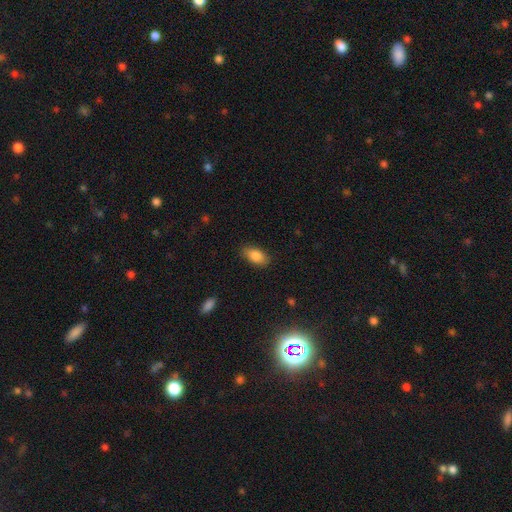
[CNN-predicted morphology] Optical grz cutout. It shows a smooth galaxy with no disk features (86%) that is in between round and cigar-shaped (91%). Merging: none (84%).